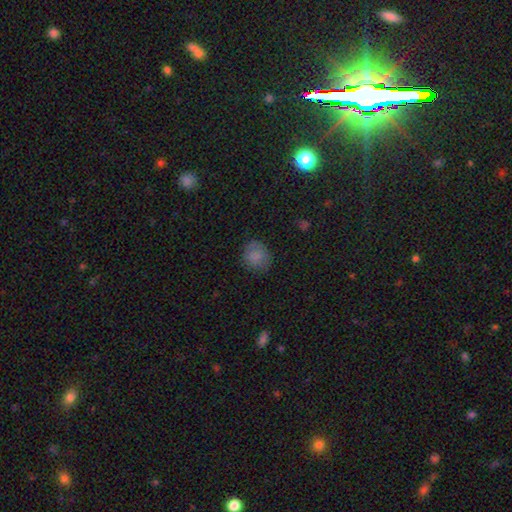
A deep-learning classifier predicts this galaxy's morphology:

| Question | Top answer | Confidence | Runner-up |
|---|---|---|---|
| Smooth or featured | smooth | 81% | star or artifact (11%) |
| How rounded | round | 77% | in between (22%) |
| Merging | none | 77% | minor disturbance (17%) |